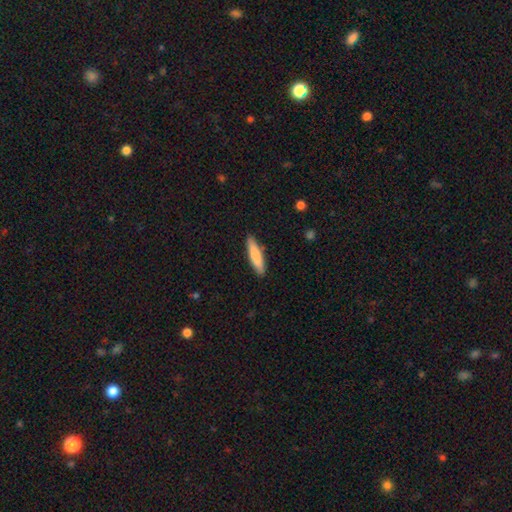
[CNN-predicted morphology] smooth 81%, featured or disk 14%, star or artifact 5%. Down the decision tree: how rounded — cigar-shaped (82%); merging — none (87%).